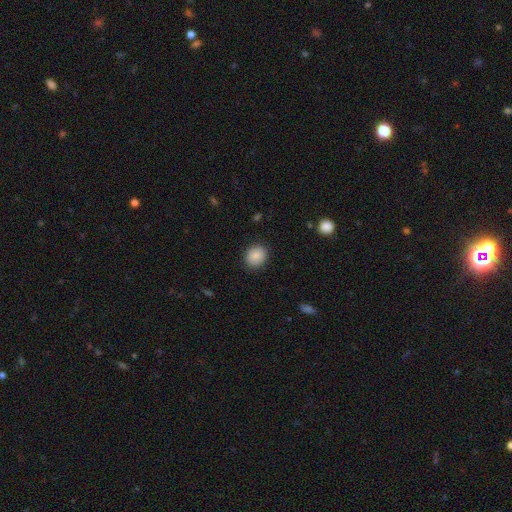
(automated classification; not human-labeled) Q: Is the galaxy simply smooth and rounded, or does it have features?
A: smooth — 85%.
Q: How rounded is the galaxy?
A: round — 66%.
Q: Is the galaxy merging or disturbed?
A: none — 87%.